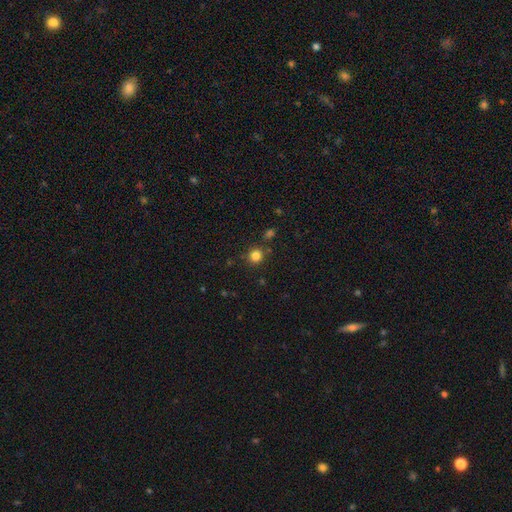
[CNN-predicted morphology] The model was most divided on "smooth or featured": smooth: 82%, star or artifact: 13%, featured or disk: 5%. More confident: how rounded — round (92%); merging — none (84%).